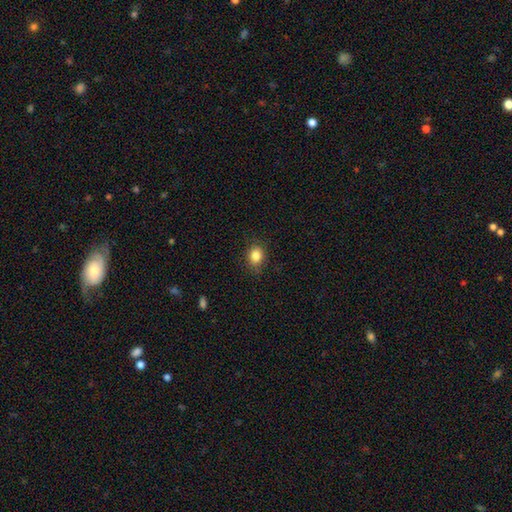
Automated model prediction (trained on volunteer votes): smooth-or-featured: smooth: 84% | star or artifact: 11% | featured or disk: 5%
  how-rounded: round: 57% | in between: 42% | cigar-shaped: 1%
  merging: none: 84% | minor disturbance: 12% | major disturbance: 3% | merger: 1%